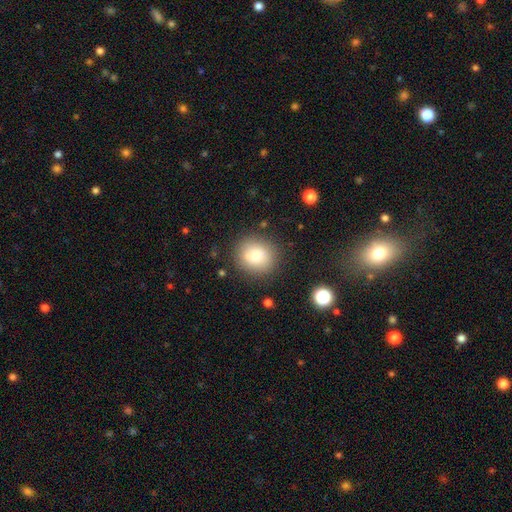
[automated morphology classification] A smooth galaxy with no disk features (77%) that is round (84%).

Vote fractions:
- Smooth or featured? smooth: 77% / featured or disk: 13% / star or artifact: 10%
- How rounded? round: 84% / in between: 15% / cigar-shaped: 1%
- Merging? none: 85% / minor disturbance: 10% / major disturbance: 4% / merger: 2%